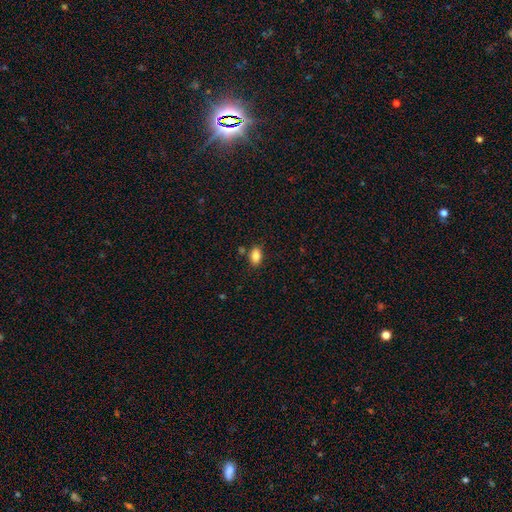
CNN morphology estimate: Smooth or featured? Predicted: smooth (p=0.86). How rounded? Predicted: in between (p=0.89). Merging? Predicted: none (p=0.81).